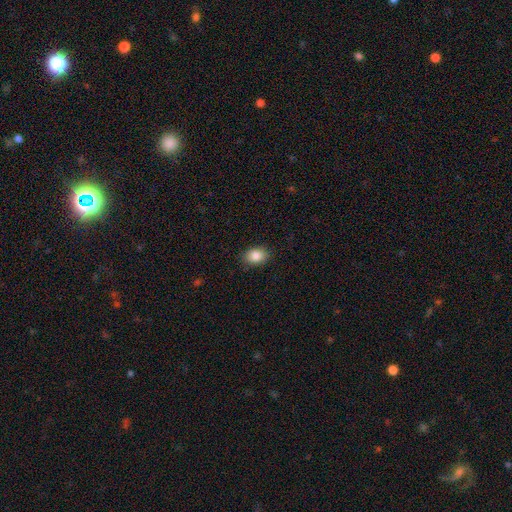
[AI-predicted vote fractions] Smooth or featured? Predicted: smooth (p=0.87). How rounded? Predicted: in between (p=0.71). Merging? Predicted: none (p=0.87).